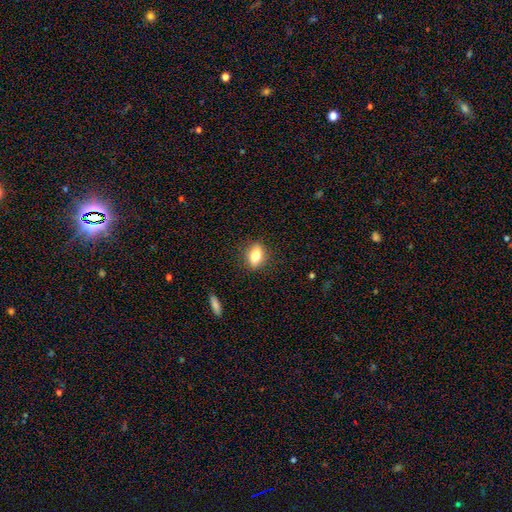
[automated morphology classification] Overall: smooth (80%). How rounded: in between (79%). Merging: none (86%).